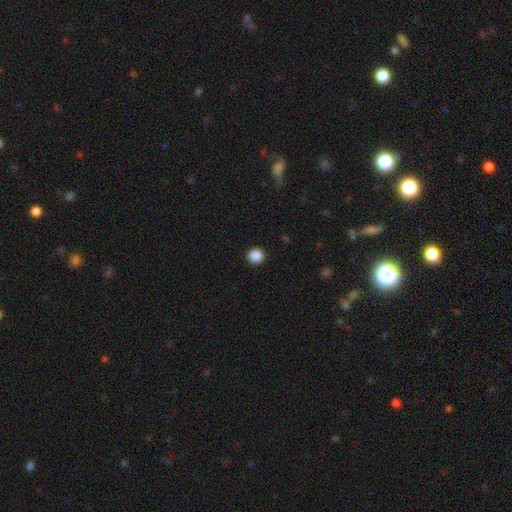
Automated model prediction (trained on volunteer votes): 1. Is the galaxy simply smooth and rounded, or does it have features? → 88% smooth, 10% star or artifact, 3% featured or disk.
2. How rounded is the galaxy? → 92% round, 7% in between, 1% cigar-shaped.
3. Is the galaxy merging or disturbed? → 93% none, 4% minor disturbance, 2% major disturbance, 1% merger.